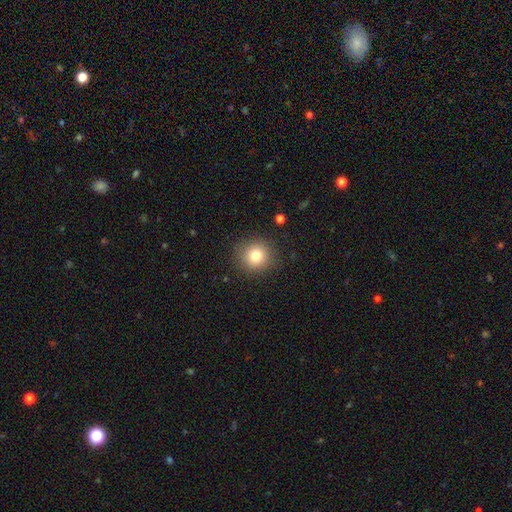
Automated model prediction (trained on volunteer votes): This appears to be a smooth galaxy with no disk features (80%) that is round (91%). Merging: none (89%).